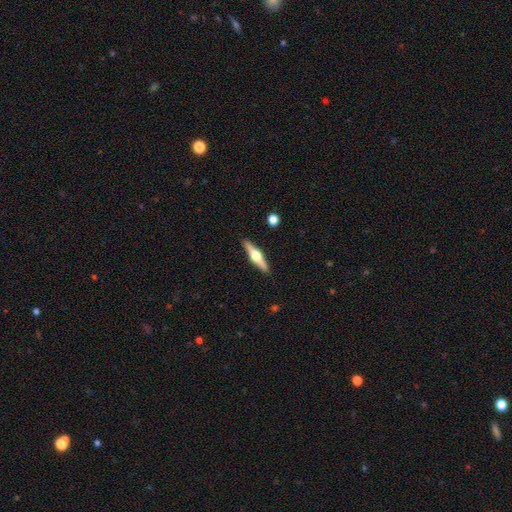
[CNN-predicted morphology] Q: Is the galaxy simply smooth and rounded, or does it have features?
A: featured or disk — 70%.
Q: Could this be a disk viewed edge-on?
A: yes — 97%.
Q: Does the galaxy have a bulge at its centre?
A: rounded — 96%.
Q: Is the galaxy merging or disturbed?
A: none — 91%.